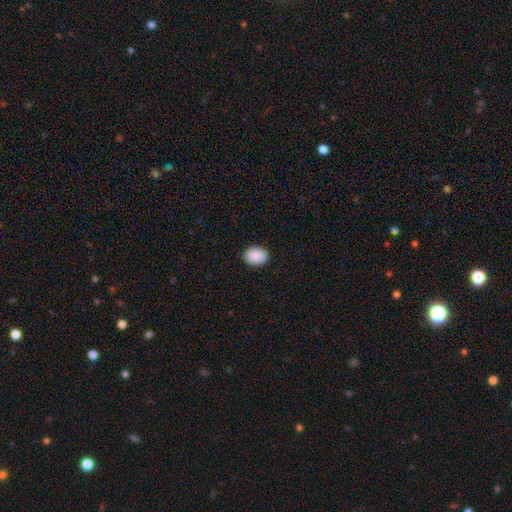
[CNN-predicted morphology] smooth_or_featured: smooth (p=0.90) [alt: star or artifact p=0.07]
how_rounded: in between (p=0.67) [alt: round p=0.32]
merging: none (p=0.90) [alt: minor disturbance p=0.07]